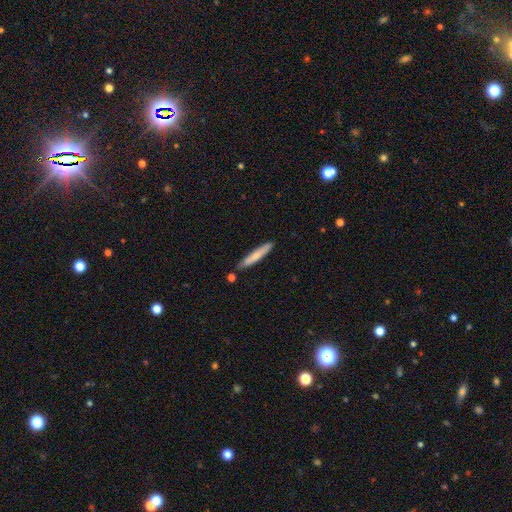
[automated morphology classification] A smooth galaxy with no disk features (72%) that is cigar-shaped (94%). Merging: none (83%).